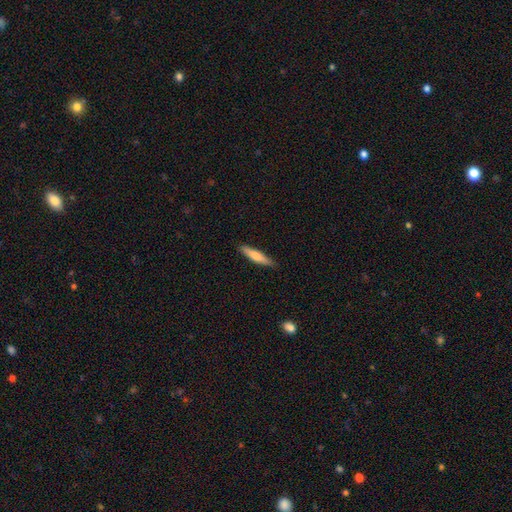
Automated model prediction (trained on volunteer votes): smooth-or-featured: smooth: 67% | featured or disk: 28% | star or artifact: 6%
  how-rounded: cigar-shaped: 86% | in between: 13% | round: 1%
  merging: none: 87% | minor disturbance: 10% | major disturbance: 2% | merger: 1%